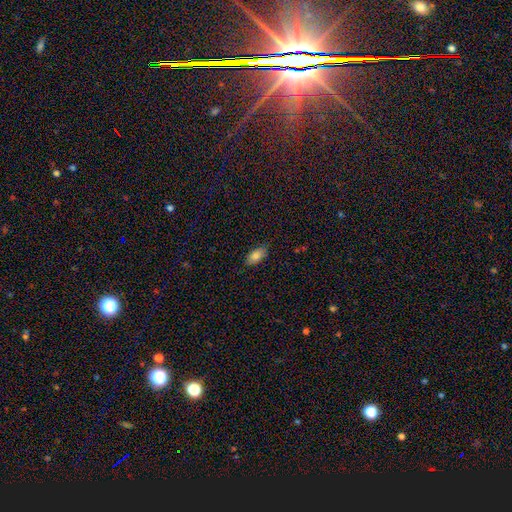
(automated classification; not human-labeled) Q: Smooth or featured?
A: smooth (81%); runner-up: featured or disk (11%)
Q: How rounded?
A: in between (90%); runner-up: cigar-shaped (7%)
Q: Merging?
A: none (83%); runner-up: minor disturbance (14%)